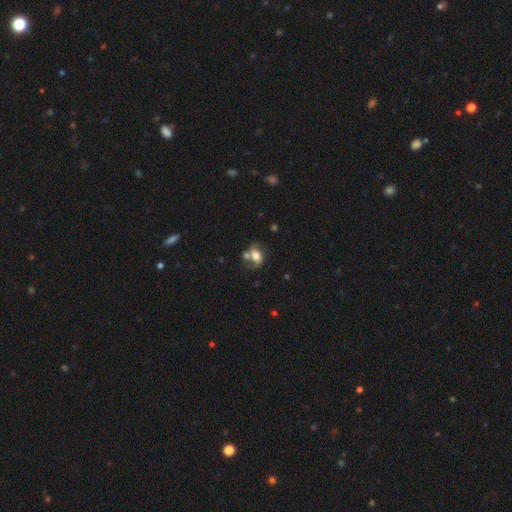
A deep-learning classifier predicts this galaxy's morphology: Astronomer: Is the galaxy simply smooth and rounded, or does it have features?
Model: smooth — 66%.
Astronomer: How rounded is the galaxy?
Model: in between — 75%.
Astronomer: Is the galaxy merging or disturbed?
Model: none — 37%, tied with merger at 37%.